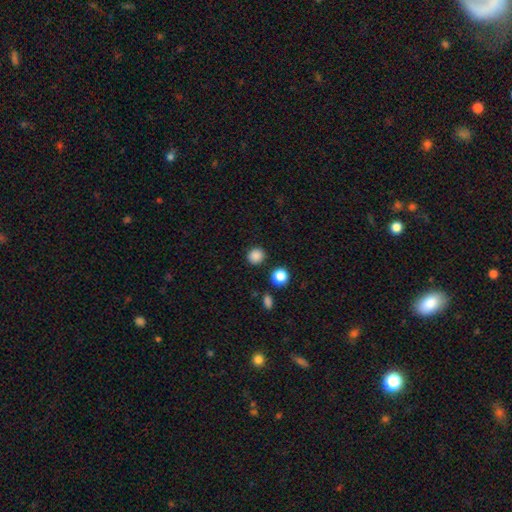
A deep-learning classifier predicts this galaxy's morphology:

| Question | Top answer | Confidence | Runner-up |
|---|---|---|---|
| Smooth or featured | smooth | 86% | star or artifact (11%) |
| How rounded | round | 88% | in between (11%) |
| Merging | none | 88% | minor disturbance (7%) |